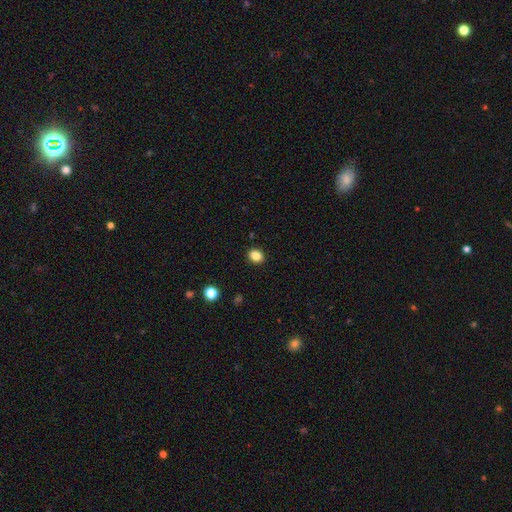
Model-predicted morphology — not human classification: Smooth or featured?
  - smooth: 86% *
  - star or artifact: 11%
  - featured or disk: 4%
How rounded?
  - round: 53% *
  - in between: 46%
  - cigar-shaped: 1%
Merging?
  - none: 91% *
  - minor disturbance: 6%
  - major disturbance: 2%
  - merger: 1%